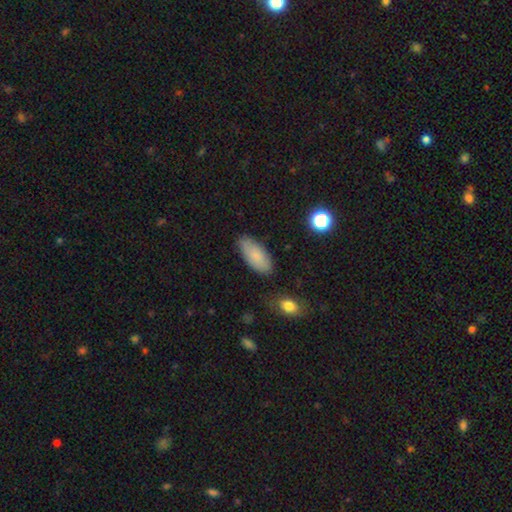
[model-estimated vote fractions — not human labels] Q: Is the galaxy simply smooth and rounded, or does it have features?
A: smooth — 80%.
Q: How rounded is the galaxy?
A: in between — 88%.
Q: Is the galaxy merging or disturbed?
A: none — 81%.